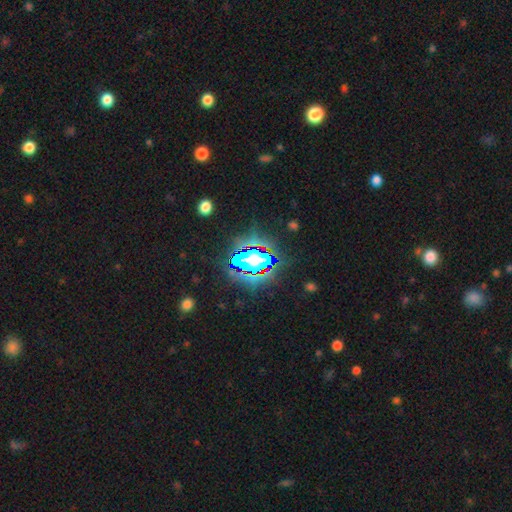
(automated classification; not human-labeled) Overall: star or artifact (77%).